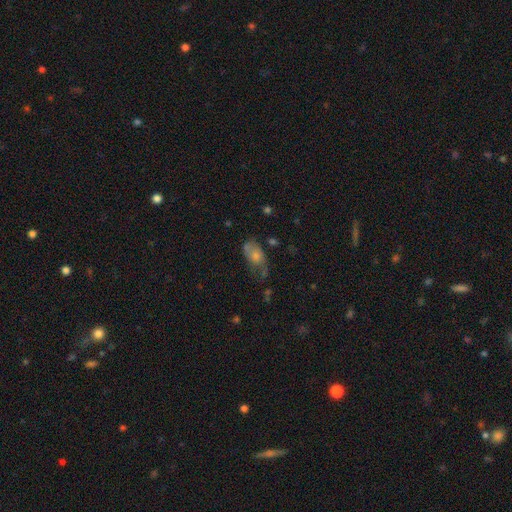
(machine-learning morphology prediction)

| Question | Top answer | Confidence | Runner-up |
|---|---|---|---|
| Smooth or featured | smooth | 52% | featured or disk (35%) |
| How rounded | in between | 85% | round (10%) |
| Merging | none | 40% | minor disturbance (31%) |